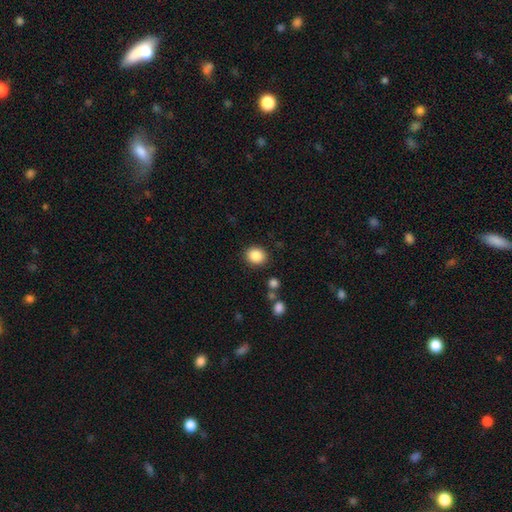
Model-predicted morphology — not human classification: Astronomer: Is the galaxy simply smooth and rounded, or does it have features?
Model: smooth — 87%.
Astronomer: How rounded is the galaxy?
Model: round — 67%.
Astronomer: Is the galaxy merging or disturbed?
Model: none — 87%.